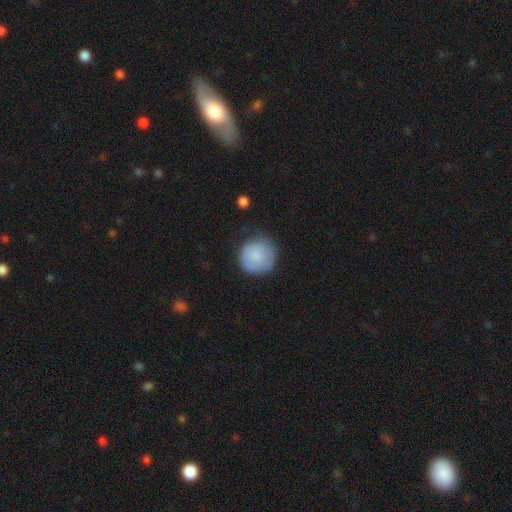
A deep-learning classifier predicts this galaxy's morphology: This is likely a smooth galaxy (78%). How rounded: clearly round (93%). Merging: likely none (69%).